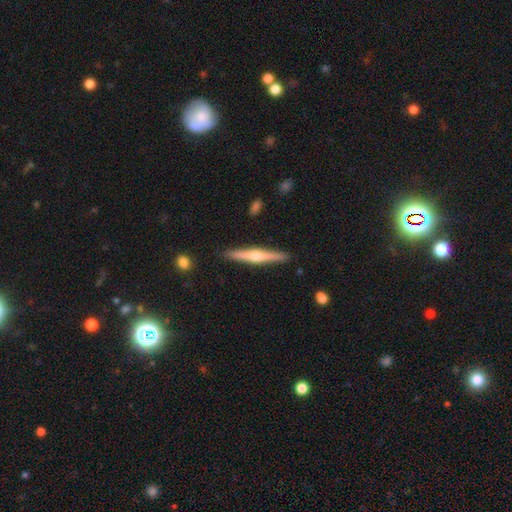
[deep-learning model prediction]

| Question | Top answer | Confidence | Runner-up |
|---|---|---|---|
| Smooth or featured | featured or disk | 70% | smooth (25%) |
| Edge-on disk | yes | 98% | no (2%) |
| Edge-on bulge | rounded | 88% | none (7%) |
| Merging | none | 91% | minor disturbance (6%) |